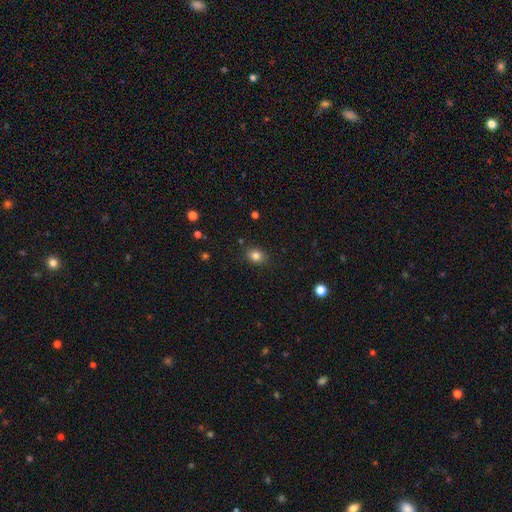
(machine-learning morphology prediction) smooth-or-featured: smooth: 83% | star or artifact: 12% | featured or disk: 6%
  how-rounded: in between: 53% | round: 46% | cigar-shaped: 1%
  merging: none: 86% | minor disturbance: 10% | major disturbance: 2% | merger: 1%